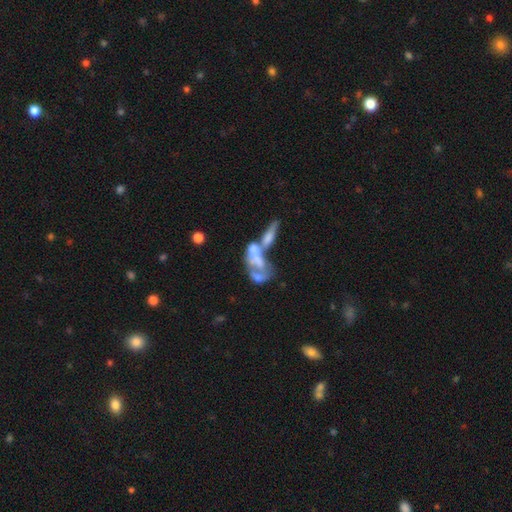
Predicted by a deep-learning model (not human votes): The model was most divided on "smooth or featured": featured or disk: 51%, smooth: 38%, star or artifact: 10%. More confident: edge-on disk — no (90%); merging — merger (67%).